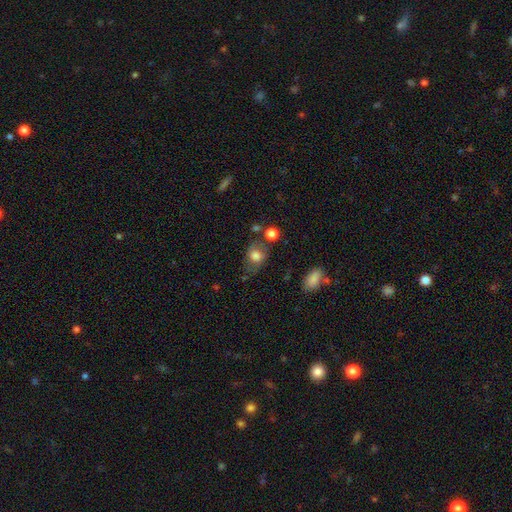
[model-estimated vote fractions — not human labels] smooth 73%, featured or disk 18%, star or artifact 9%. Down the decision tree: how rounded — in between (61%); merging — none (55%).